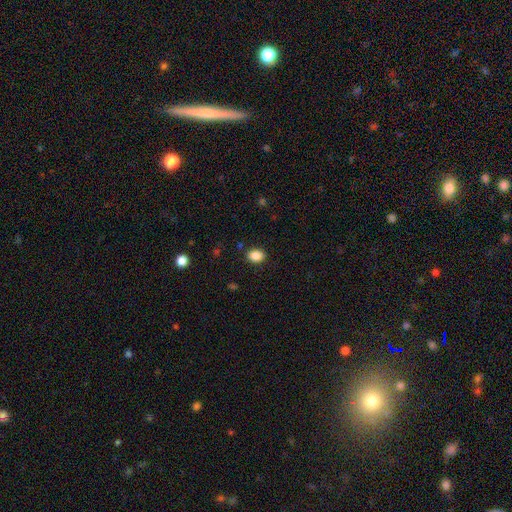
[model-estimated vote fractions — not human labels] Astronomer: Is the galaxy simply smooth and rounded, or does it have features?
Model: smooth — 87%.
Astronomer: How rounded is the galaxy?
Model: in between — 69%.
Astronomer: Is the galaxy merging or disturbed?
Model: none — 88%.